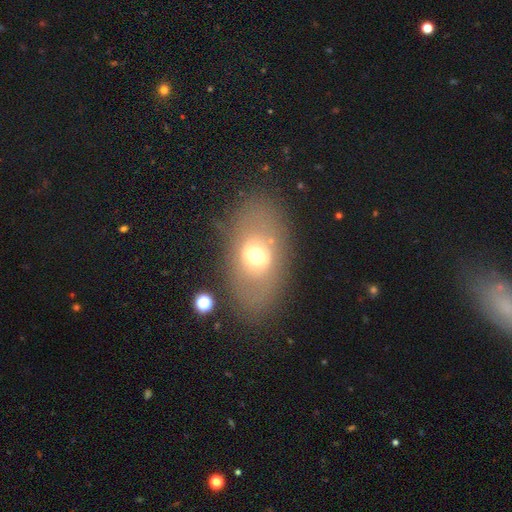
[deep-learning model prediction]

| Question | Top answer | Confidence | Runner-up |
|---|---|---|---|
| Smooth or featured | smooth | 49% | featured or disk (38%) |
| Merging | none | 74% | minor disturbance (14%) |